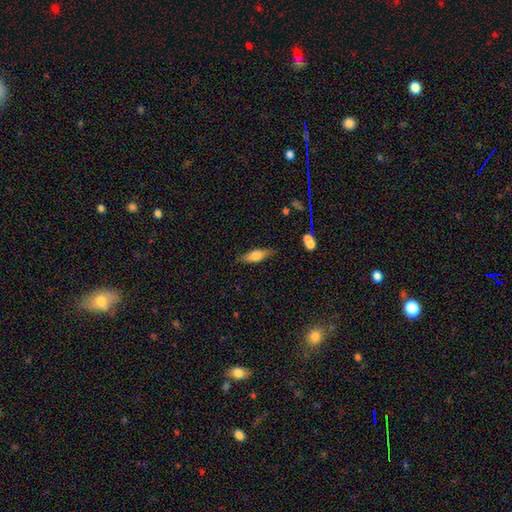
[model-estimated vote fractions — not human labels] A smooth galaxy with no disk features (63%) that is in between round and cigar-shaped (53%).

Vote fractions:
- Smooth or featured? smooth: 63% / featured or disk: 29% / star or artifact: 7%
- How rounded? in between: 53% / cigar-shaped: 44% / round: 3%
- Merging? none: 80% / minor disturbance: 15% / major disturbance: 3% / merger: 2%